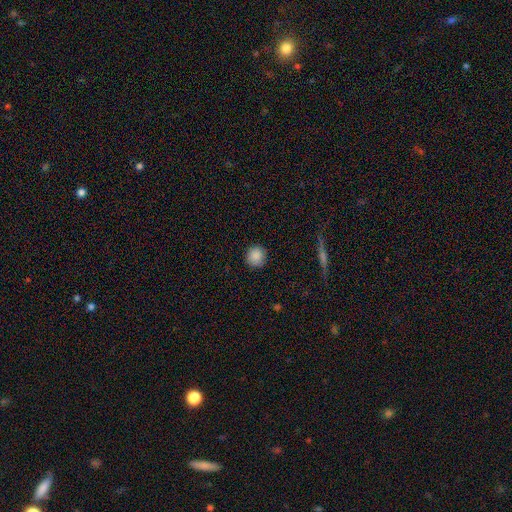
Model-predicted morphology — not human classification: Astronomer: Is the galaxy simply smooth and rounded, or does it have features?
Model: smooth — 87%.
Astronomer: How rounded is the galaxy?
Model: round — 92%.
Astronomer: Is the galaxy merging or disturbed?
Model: none — 89%.